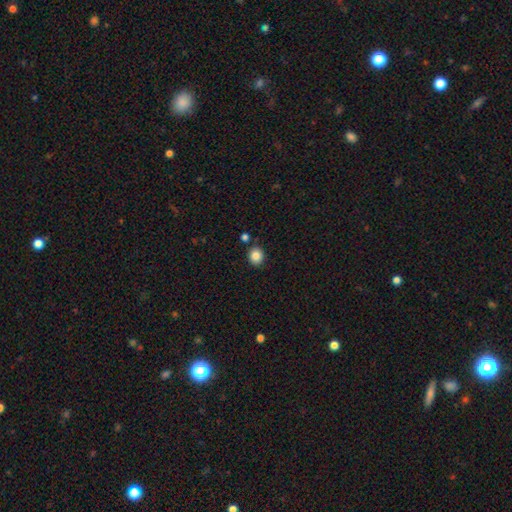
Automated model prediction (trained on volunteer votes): smooth 85%, star or artifact 10%, featured or disk 5%. Down the decision tree: how rounded — round (80%); merging — none (85%).